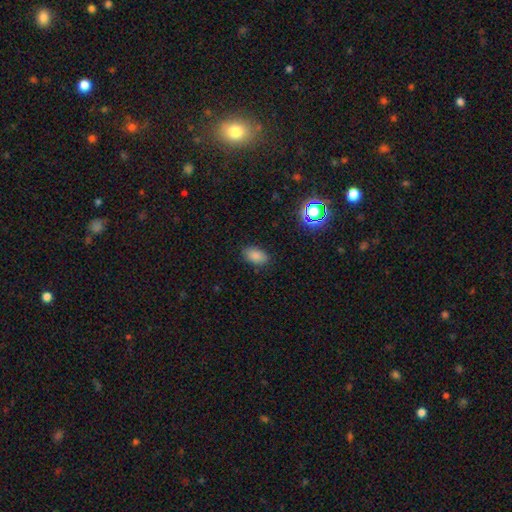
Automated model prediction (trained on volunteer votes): Overall: smooth (84%). How rounded: in between (91%). Merging: none (86%).